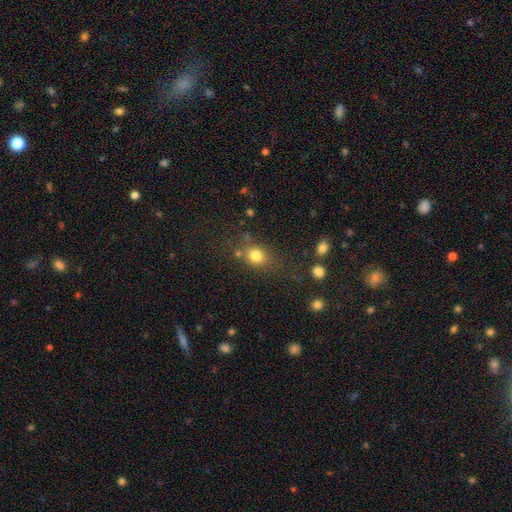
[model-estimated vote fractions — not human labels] The model was most divided on "how rounded": round: 63%, in between: 35%, cigar-shaped: 2%. More confident: smooth or featured — smooth (79%); merging — none (64%).